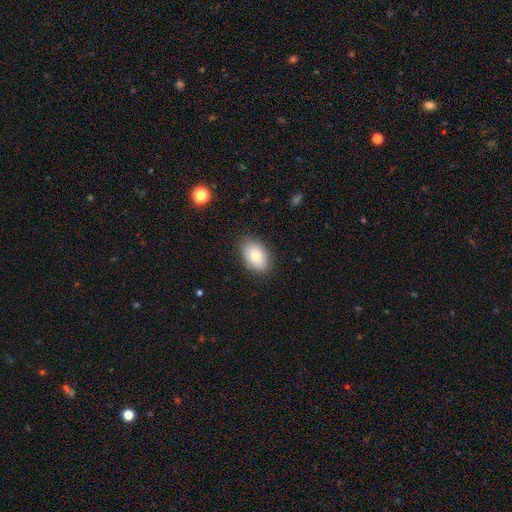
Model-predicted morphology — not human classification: The model was most divided on "smooth or featured": smooth: 80%, featured or disk: 12%, star or artifact: 8%. More confident: how rounded — in between (88%); merging — none (85%).